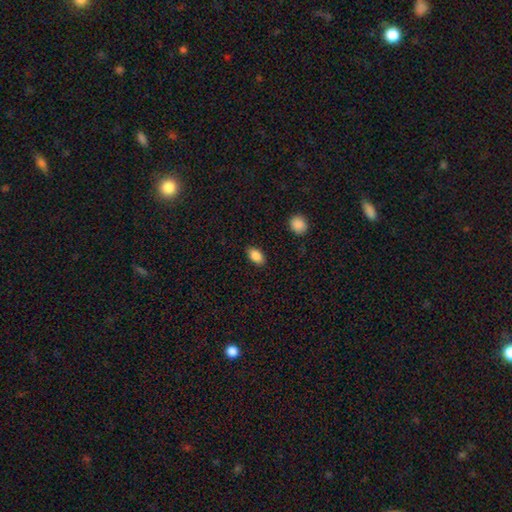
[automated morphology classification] Smooth or featured? smooth (87%)
How rounded? in between (91%)
Merging? none (88%)